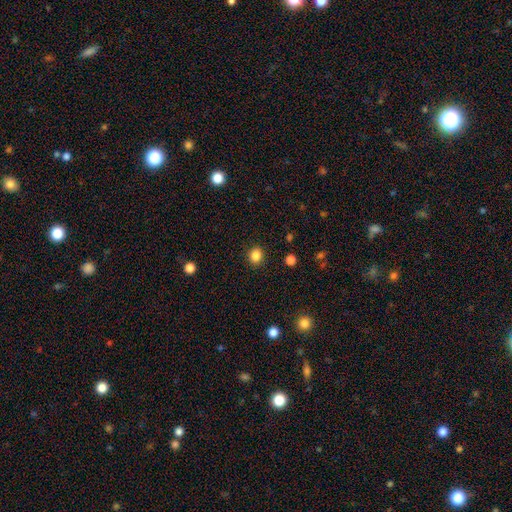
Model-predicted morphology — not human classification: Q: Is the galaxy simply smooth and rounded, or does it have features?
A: smooth — 85%.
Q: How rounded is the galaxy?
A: round — 66%.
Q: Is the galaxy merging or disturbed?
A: none — 90%.